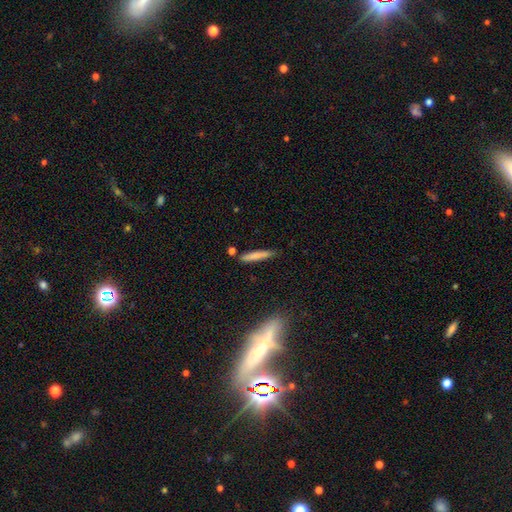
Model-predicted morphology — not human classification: Overall: smooth (78%). How rounded: cigar-shaped (92%). Merging: none (80%).